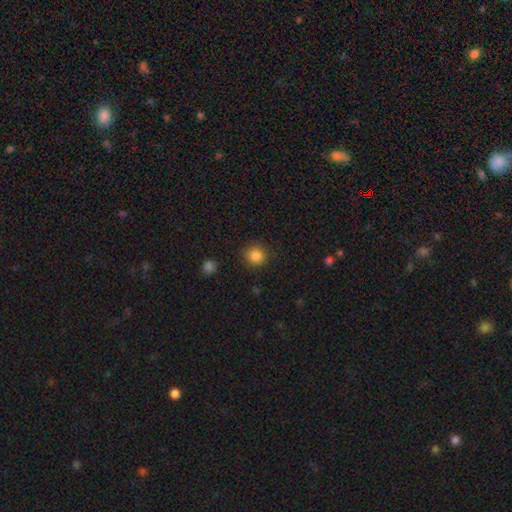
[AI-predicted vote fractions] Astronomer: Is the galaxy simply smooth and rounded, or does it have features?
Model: smooth — 85%.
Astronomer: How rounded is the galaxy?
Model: round — 91%.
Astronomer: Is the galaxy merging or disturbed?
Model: none — 89%.